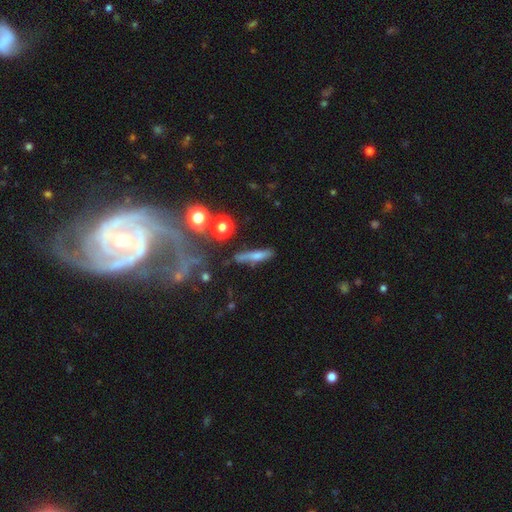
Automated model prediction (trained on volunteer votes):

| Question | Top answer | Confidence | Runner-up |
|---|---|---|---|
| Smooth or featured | smooth | 58% | featured or disk (30%) |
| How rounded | cigar-shaped | 79% | in between (13%) |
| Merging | none | 72% | minor disturbance (17%) |